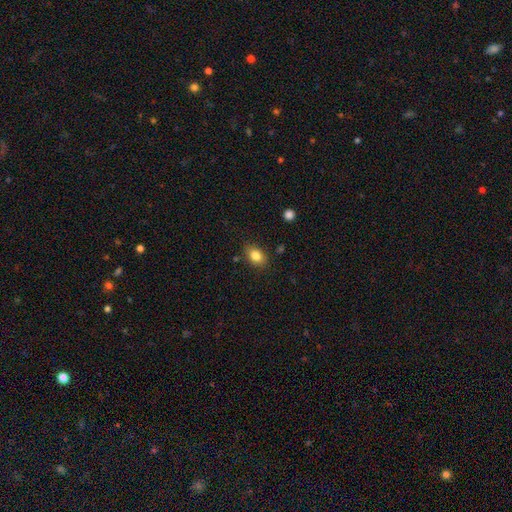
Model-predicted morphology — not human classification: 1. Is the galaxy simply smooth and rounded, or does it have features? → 84% smooth, 9% star or artifact, 7% featured or disk.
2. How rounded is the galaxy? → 76% in between, 22% round, 1% cigar-shaped.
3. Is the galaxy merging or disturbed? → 81% none, 14% minor disturbance, 3% major disturbance, 2% merger.